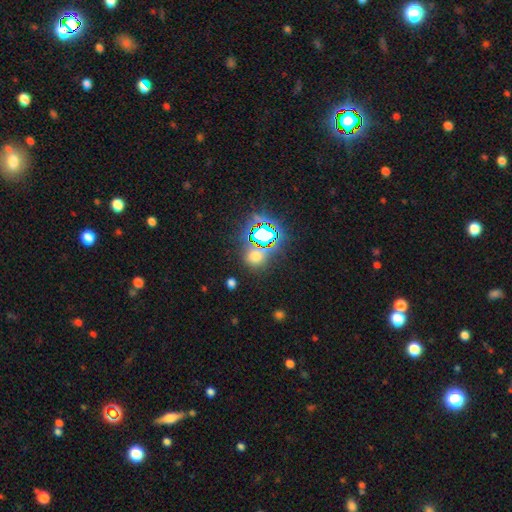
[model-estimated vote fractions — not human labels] This is possibly a star or artifact rather than a galaxy (50%).